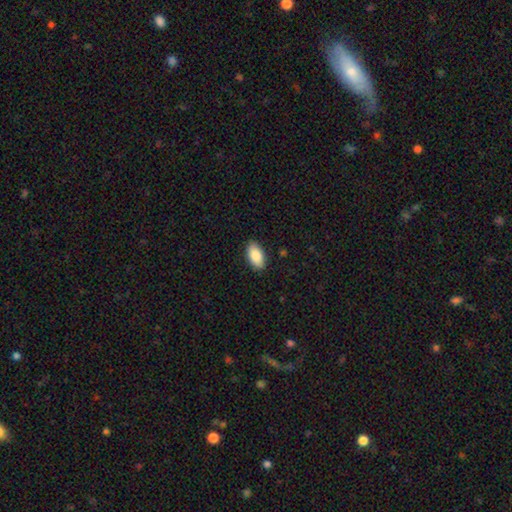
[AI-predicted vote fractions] Smooth or featured: smooth — 87% (featured or disk — 7%)
How rounded: in between — 93% (cigar-shaped — 4%)
Merging: none — 89% (minor disturbance — 9%)